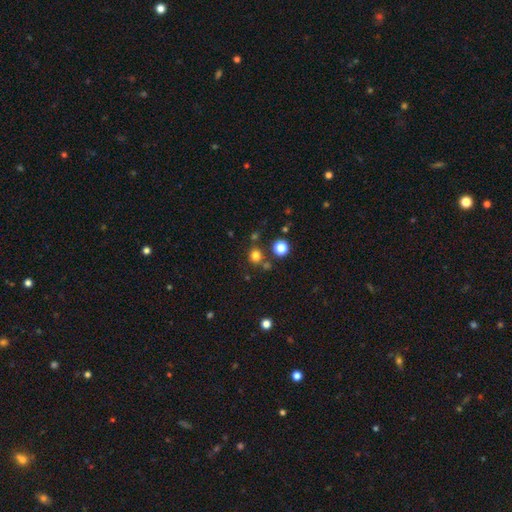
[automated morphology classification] smooth-or-featured: smooth: 77% | star or artifact: 18% | featured or disk: 5%
  how-rounded: round: 87% | in between: 12% | cigar-shaped: 1%
  merging: none: 76% | merger: 13% | minor disturbance: 8% | major disturbance: 3%